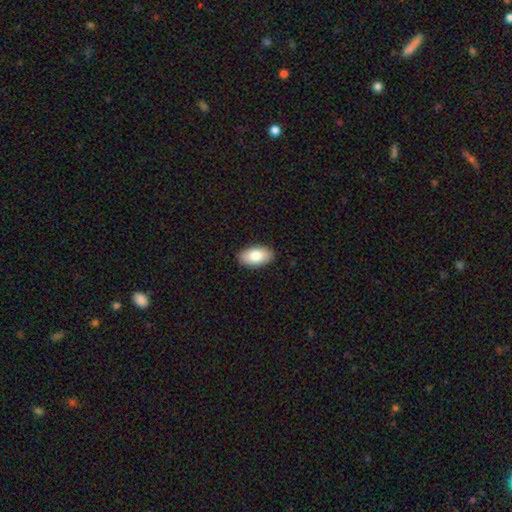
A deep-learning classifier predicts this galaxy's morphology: smooth_or_featured: smooth (p=0.83) [alt: featured or disk p=0.11]
how_rounded: in between (p=0.95) [alt: round p=0.03]
merging: none (p=0.90) [alt: minor disturbance p=0.08]